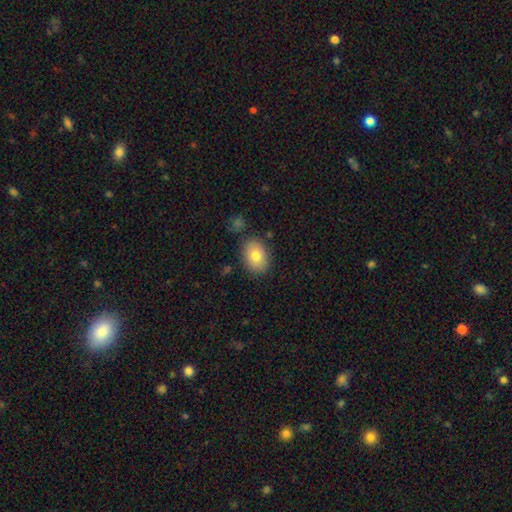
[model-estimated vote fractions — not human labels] Smooth or featured: smooth — 77% (featured or disk — 15%)
How rounded: in between — 71% (round — 28%)
Merging: none — 83% (minor disturbance — 11%)